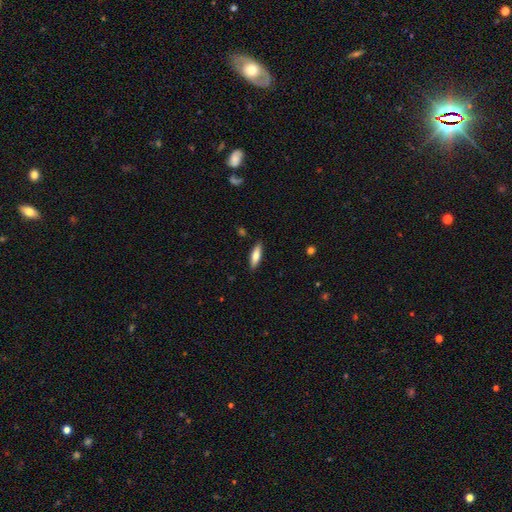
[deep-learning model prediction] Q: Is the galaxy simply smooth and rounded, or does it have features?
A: smooth — 67%.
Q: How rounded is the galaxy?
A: cigar-shaped — 52%.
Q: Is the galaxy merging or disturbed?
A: none — 89%.